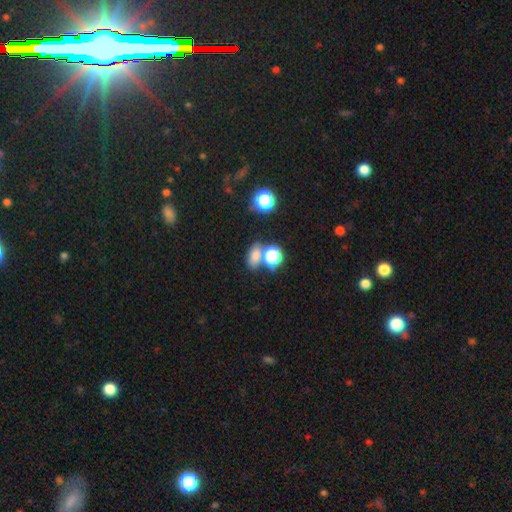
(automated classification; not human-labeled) Smooth or featured?
  - smooth: 73% *
  - star or artifact: 19%
  - featured or disk: 8%
How rounded?
  - in between: 68% *
  - round: 29%
  - cigar-shaped: 3%
Merging?
  - none: 55% *
  - merger: 30%
  - minor disturbance: 11%
  - major disturbance: 5%